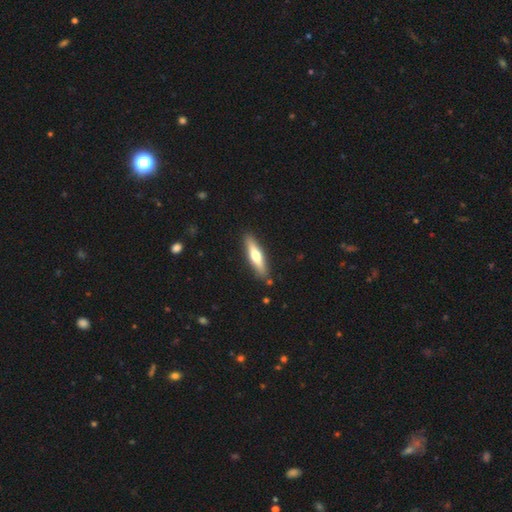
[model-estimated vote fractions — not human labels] A smooth galaxy with no disk features (48%).

Vote fractions:
- Smooth or featured? smooth: 48% / featured or disk: 47% / star or artifact: 5%
- Merging? none: 88% / minor disturbance: 9% / merger: 2% / major disturbance: 2%